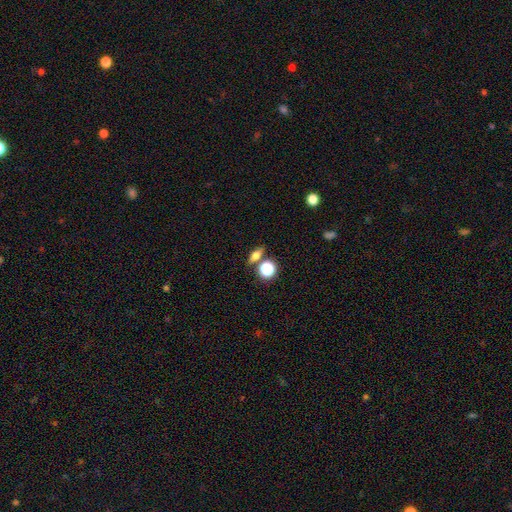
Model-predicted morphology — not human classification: Q: Smooth or featured?
A: smooth (64%); runner-up: featured or disk (20%)
Q: How rounded?
A: in between (54%); runner-up: round (27%)
Q: Merging?
A: none (74%); runner-up: merger (12%)